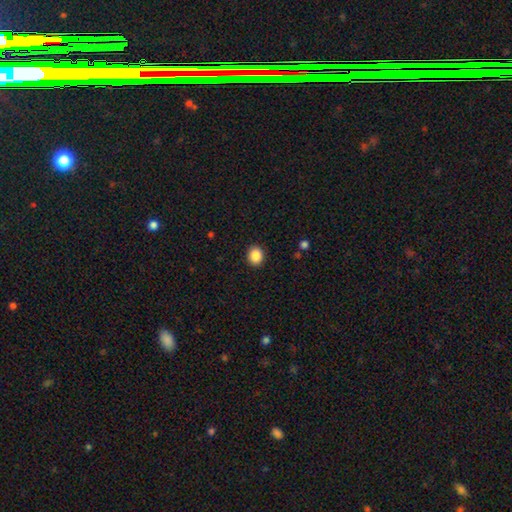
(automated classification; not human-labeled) Smooth or featured: smooth — 88% (star or artifact — 9%)
How rounded: round — 66% (in between — 33%)
Merging: none — 91% (minor disturbance — 6%)